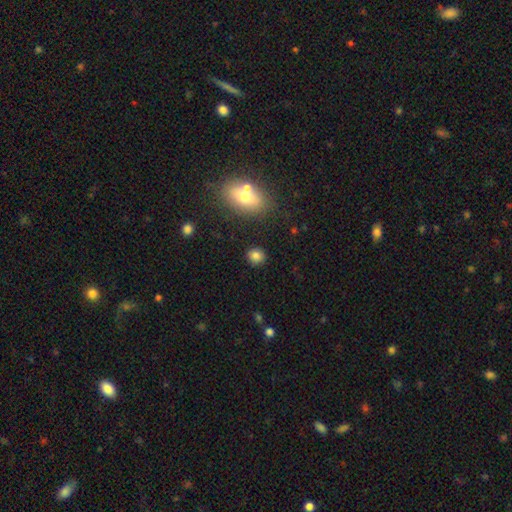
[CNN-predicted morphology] Q: Smooth or featured?
A: smooth (82%); runner-up: star or artifact (12%)
Q: How rounded?
A: round (81%); runner-up: in between (18%)
Q: Merging?
A: none (86%); runner-up: minor disturbance (7%)